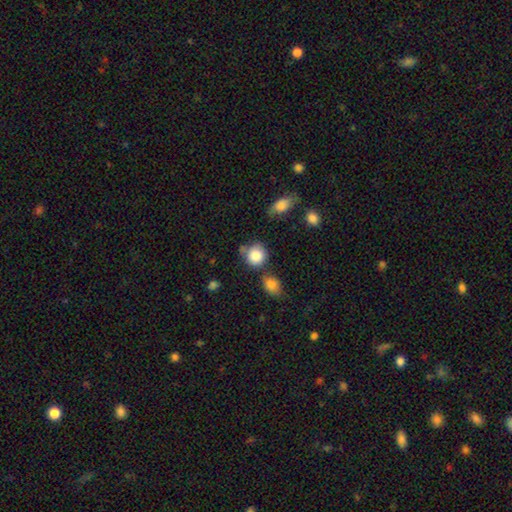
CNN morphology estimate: Q: Smooth or featured?
A: smooth (85%); runner-up: star or artifact (9%)
Q: How rounded?
A: round (83%); runner-up: in between (16%)
Q: Merging?
A: none (64%); runner-up: minor disturbance (18%)